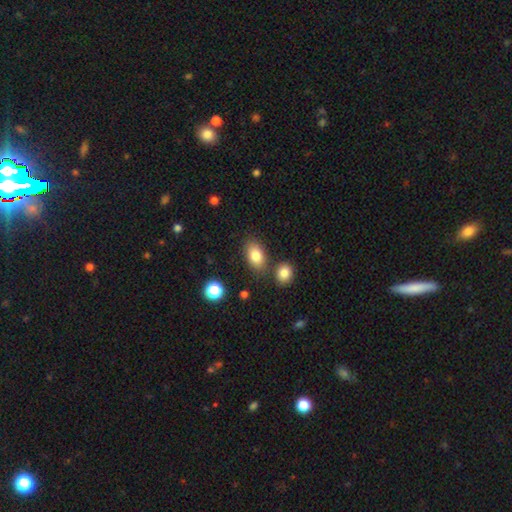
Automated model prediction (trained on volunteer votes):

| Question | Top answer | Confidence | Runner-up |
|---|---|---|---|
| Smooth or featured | smooth | 81% | featured or disk (9%) |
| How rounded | in between | 86% | round (12%) |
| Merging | none | 74% | minor disturbance (12%) |